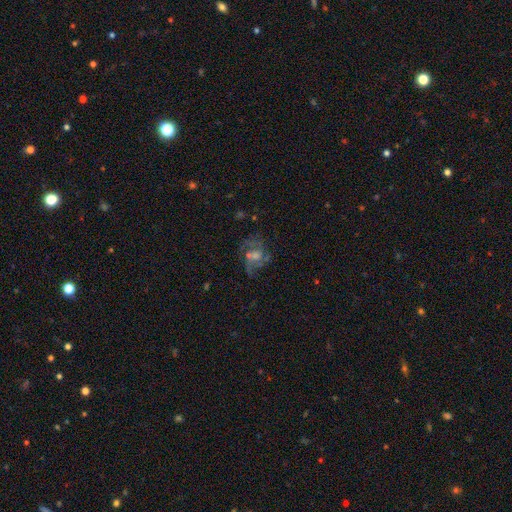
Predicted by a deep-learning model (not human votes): Overall: featured or disk (68%). Edge-on disk: no (97%). Bar: no (50%; weak 41%). Spiral arms: yes (83%). Spiral arm count: 2 (29%; 3 26%). Spiral winding: medium (48%; loose 34%). Bulge size: moderate (42%; small 35%). Merging: none (58%; major disturbance 21%).